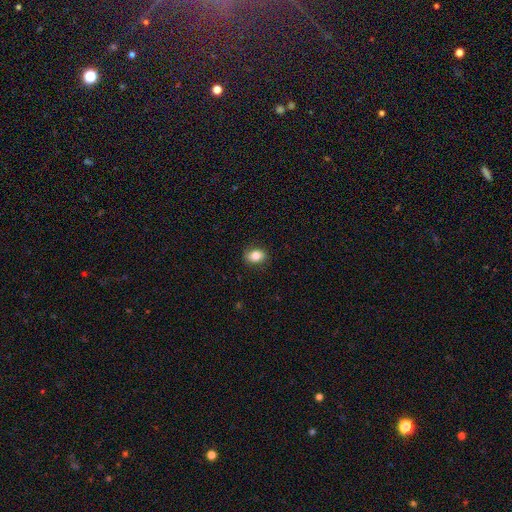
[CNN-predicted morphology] type=smooth (81%); roundness=in between (73%); merging=none (85%).